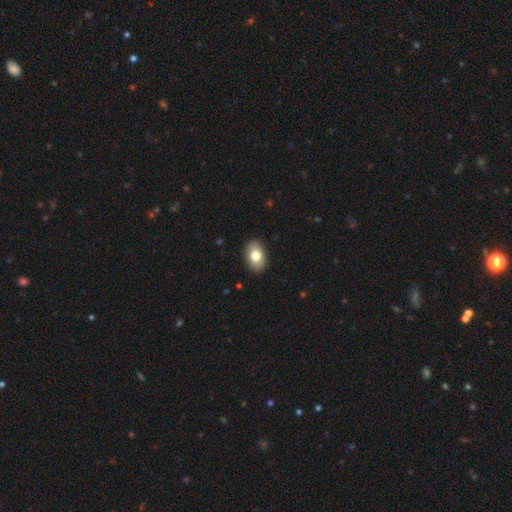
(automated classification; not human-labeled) A smooth galaxy with no disk features (79%) that is in between round and cigar-shaped (87%). Merging: none (90%).